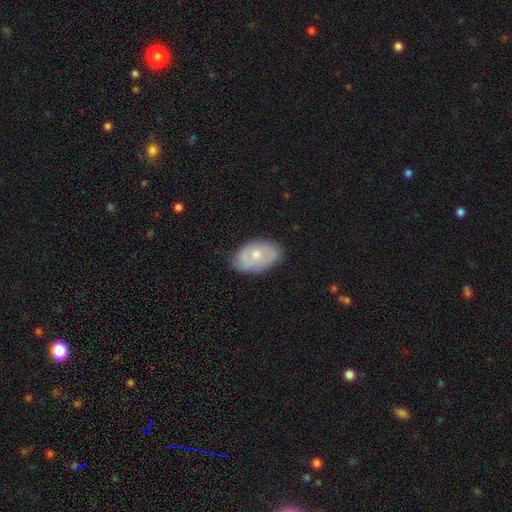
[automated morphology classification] Q: Smooth or featured?
A: smooth (53%); runner-up: featured or disk (40%)
Q: How rounded?
A: in between (90%); runner-up: round (9%)
Q: Merging?
A: none (74%); runner-up: minor disturbance (20%)